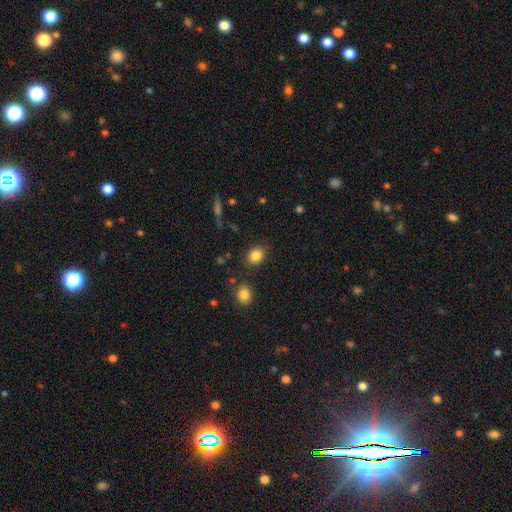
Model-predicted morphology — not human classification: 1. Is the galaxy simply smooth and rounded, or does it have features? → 85% smooth, 10% star or artifact, 5% featured or disk.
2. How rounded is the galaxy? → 54% round, 45% in between, 1% cigar-shaped.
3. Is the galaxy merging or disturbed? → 85% none, 9% minor disturbance, 3% merger, 3% major disturbance.